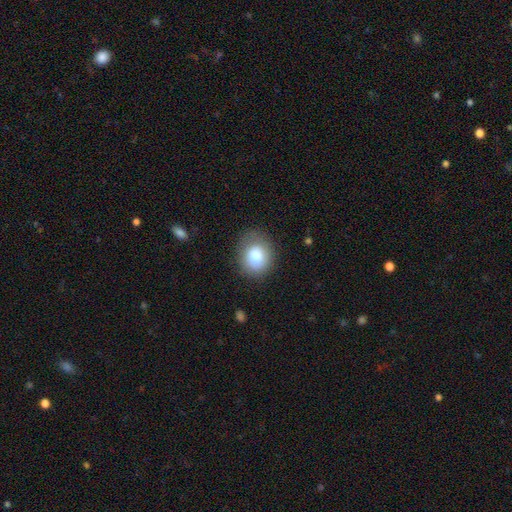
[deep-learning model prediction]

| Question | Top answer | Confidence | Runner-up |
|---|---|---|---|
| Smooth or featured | smooth | 81% | featured or disk (10%) |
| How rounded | round | 56% | in between (43%) |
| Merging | none | 76% | minor disturbance (17%) |